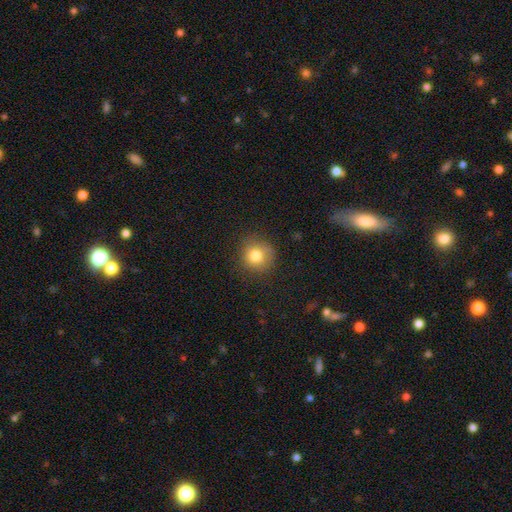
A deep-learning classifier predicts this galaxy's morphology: The model was most divided on "smooth or featured": smooth: 81%, star or artifact: 11%, featured or disk: 8%. More confident: how rounded — round (91%); merging — none (83%).